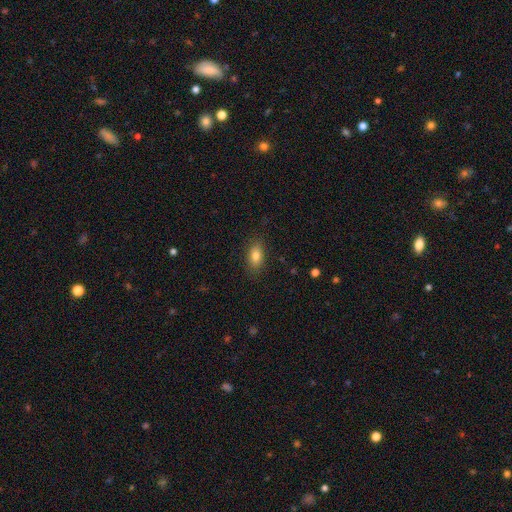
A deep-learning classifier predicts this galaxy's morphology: This appears to be a smooth galaxy with no disk features (81%) that is in between round and cigar-shaped (85%). Merging: none (83%).